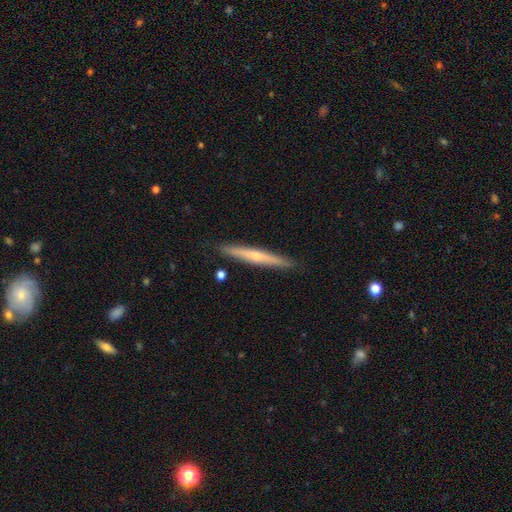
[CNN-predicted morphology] Q: Smooth or featured?
A: featured or disk (55%); runner-up: smooth (39%)
Q: Edge-on disk?
A: yes (97%); runner-up: no (3%)
Q: Edge-on bulge?
A: rounded (57%); runner-up: none (38%)
Q: Merging?
A: none (90%); runner-up: minor disturbance (7%)